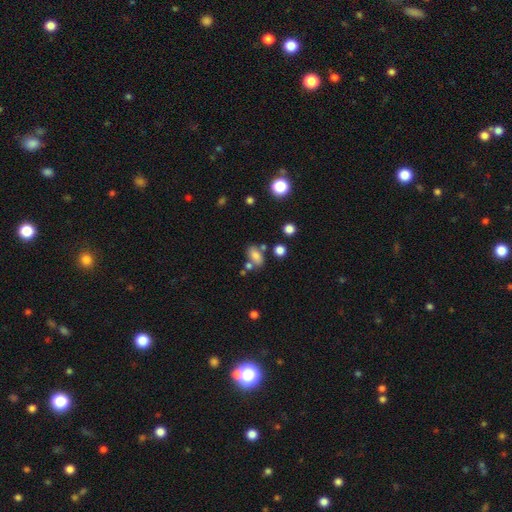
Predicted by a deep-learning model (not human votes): A smooth galaxy with no disk features (75%) that is in between round and cigar-shaped (83%).

Vote fractions:
- Smooth or featured? smooth: 75% / featured or disk: 13% / star or artifact: 12%
- How rounded? in between: 83% / round: 11% / cigar-shaped: 6%
- Merging? none: 62% / merger: 17% / minor disturbance: 16% / major disturbance: 5%